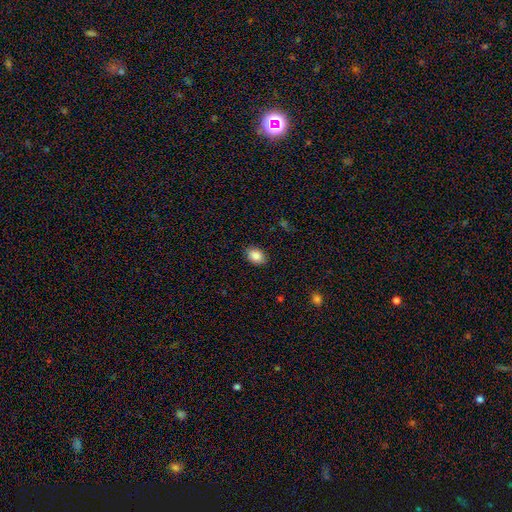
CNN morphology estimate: A smooth galaxy with no disk features (87%) that is in between round and cigar-shaped (75%).

Vote fractions:
- Smooth or featured? smooth: 87% / star or artifact: 8% / featured or disk: 5%
- How rounded? in between: 75% / round: 24% / cigar-shaped: 1%
- Merging? none: 87% / minor disturbance: 10% / major disturbance: 2% / merger: 1%